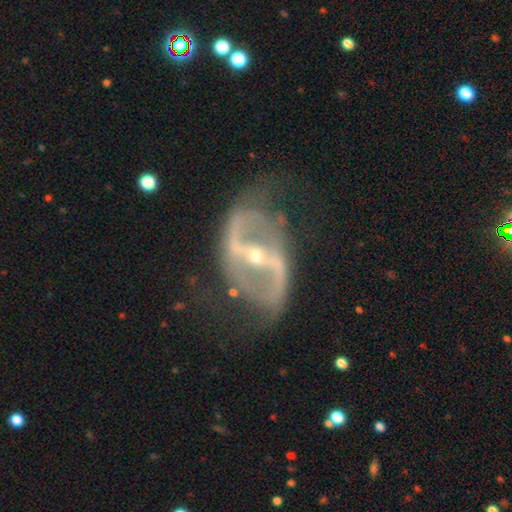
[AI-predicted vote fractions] featured or disk 90%, star or artifact 6%, smooth 4%. Down the decision tree: edge-on disk — no (96%); bar — strong (69%); spiral arms — yes (90%); spiral arm count — 2 (91%); spiral winding — loose (54%); bulge size — small (66%); merging — none (62%).